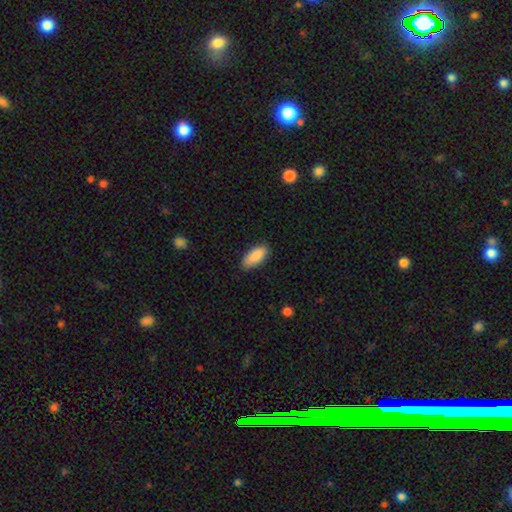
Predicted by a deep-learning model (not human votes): Smooth or featured: smooth — 88% (star or artifact — 6%)
How rounded: in between — 84% (cigar-shaped — 14%)
Merging: none — 82% (minor disturbance — 15%)